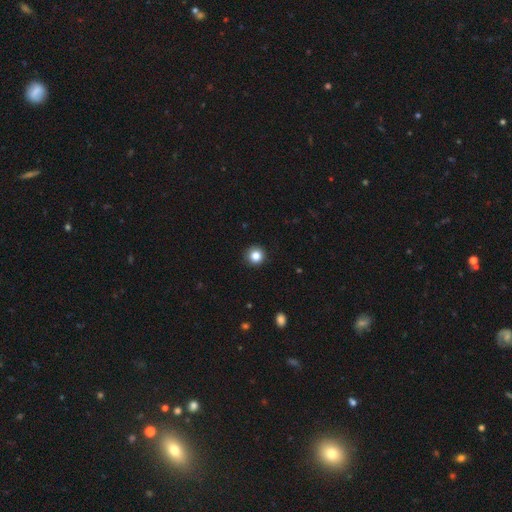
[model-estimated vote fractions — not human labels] This is clearly a smooth galaxy (85%). How rounded: clearly round (95%). Merging: clearly none (93%).